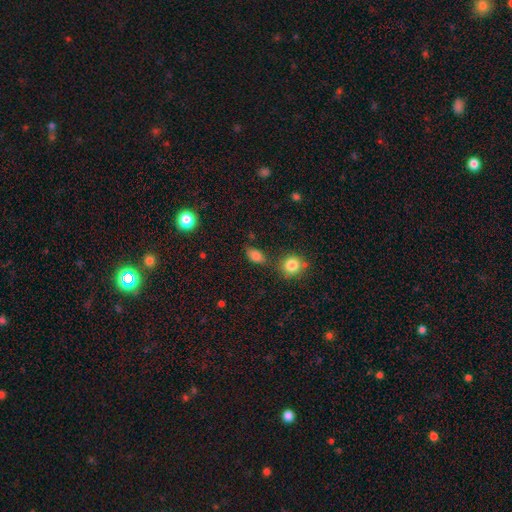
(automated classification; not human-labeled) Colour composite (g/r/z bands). It shows a smooth galaxy with no disk features (81%) that is in between round and cigar-shaped (82%). Merging: none (72%).